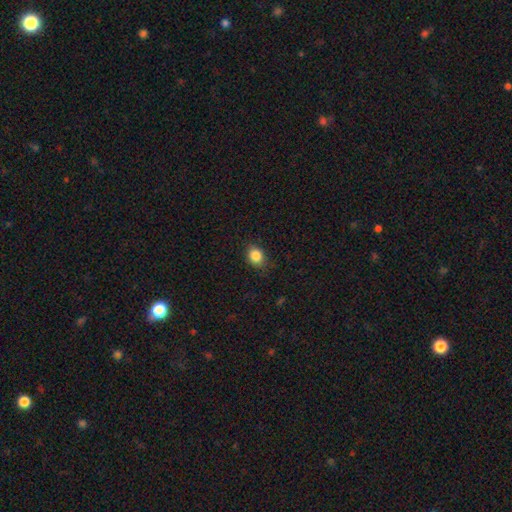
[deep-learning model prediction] Overall: smooth (85%). How rounded: round (50%; in between 49%). Merging: none (83%).